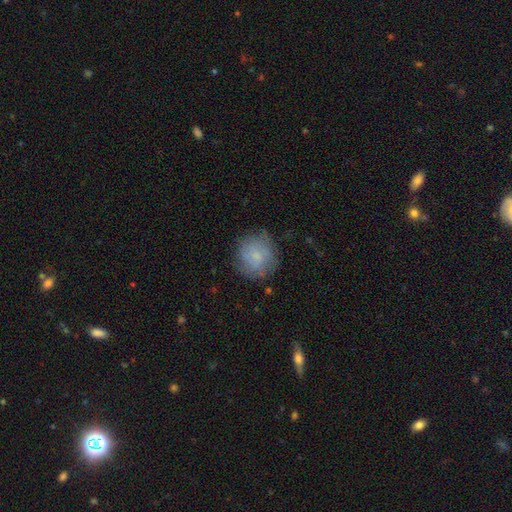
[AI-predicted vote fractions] This is likely a smooth galaxy (64%). How rounded: clearly round (90%). Merging: likely none (73%).